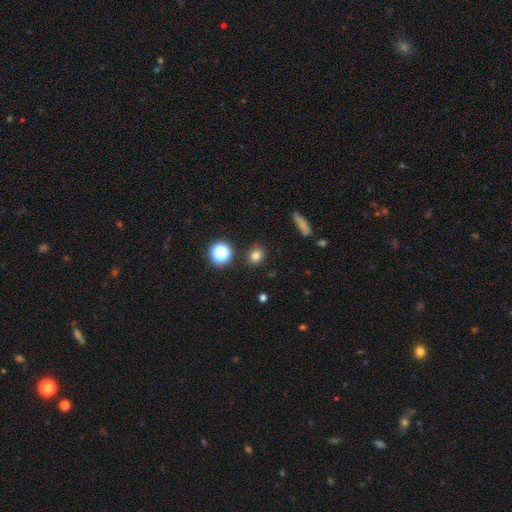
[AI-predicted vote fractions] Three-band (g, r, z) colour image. It shows a smooth galaxy with no disk features (77%) that is round (74%). Merging: none (85%).